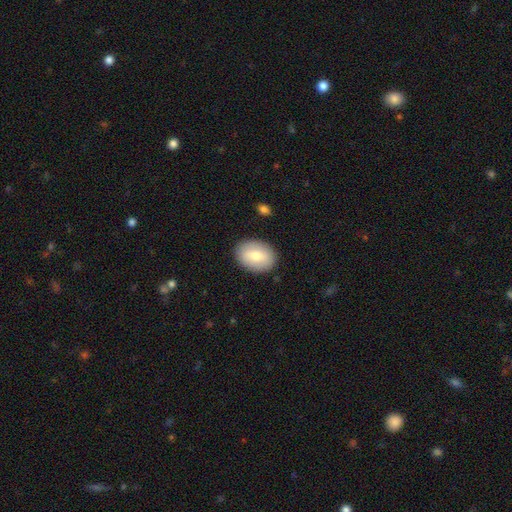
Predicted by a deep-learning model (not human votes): A smooth galaxy with no disk features (71%) that is in between round and cigar-shaped (74%).

Vote fractions:
- Smooth or featured? smooth: 71% / featured or disk: 23% / star or artifact: 7%
- How rounded? in between: 74% / round: 25% / cigar-shaped: 1%
- Merging? none: 88% / minor disturbance: 9% / major disturbance: 2% / merger: 1%